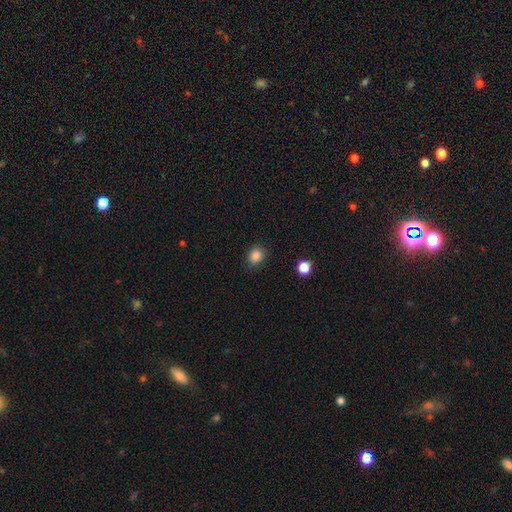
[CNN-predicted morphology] A smooth galaxy with no disk features (86%) that is round (65%).

Vote fractions:
- Smooth or featured? smooth: 86% / star or artifact: 11% / featured or disk: 3%
- How rounded? round: 65% / in between: 34% / cigar-shaped: 1%
- Merging? none: 85% / minor disturbance: 10% / major disturbance: 3% / merger: 1%